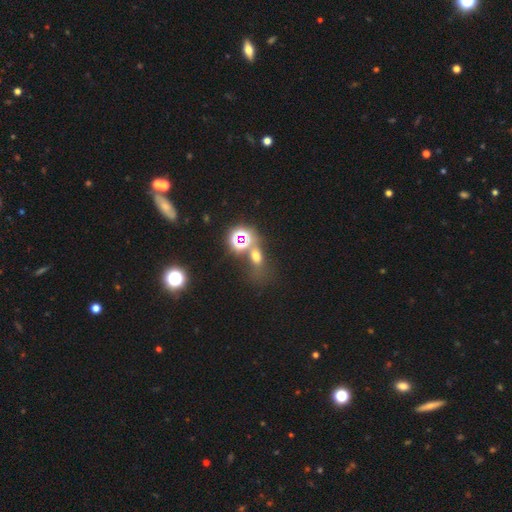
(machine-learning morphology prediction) Smooth or featured?
  - smooth: 51% *
  - star or artifact: 37%
  - featured or disk: 12%
How rounded?
  - in between: 53% *
  - round: 42%
  - cigar-shaped: 5%
Merging?
  - none: 50% *
  - merger: 26%
  - minor disturbance: 13%
  - major disturbance: 11%